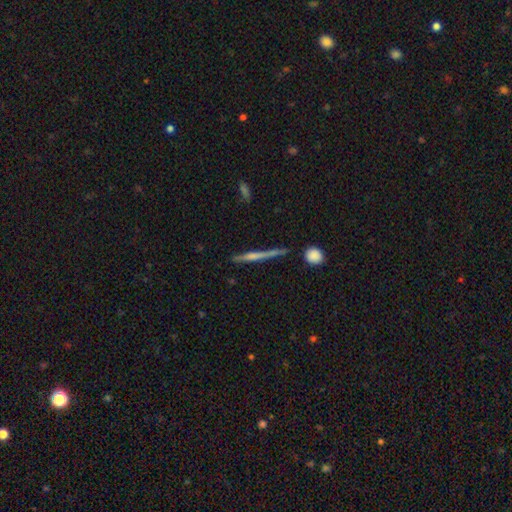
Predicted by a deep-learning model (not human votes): Smooth or featured? Predicted: featured or disk (p=0.57). Edge-on disk? Predicted: yes (p=0.97). Edge-on bulge? Predicted: none (p=0.49). Merging? Predicted: none (p=0.84).